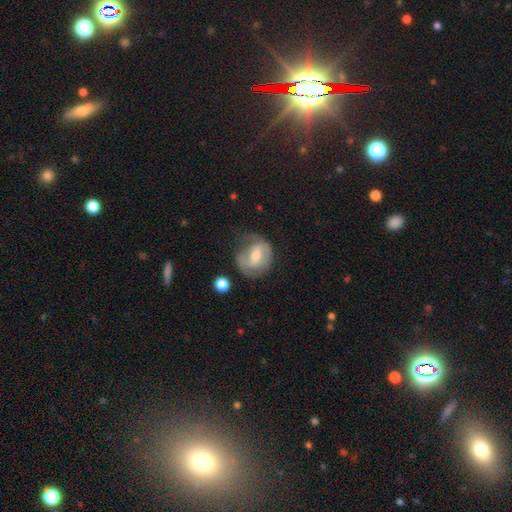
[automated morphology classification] Smooth or featured? Predicted: featured or disk (p=0.55). Edge-on disk? Predicted: no (p=0.96). Bar? Predicted: weak (p=0.45). Spiral arms? Predicted: yes (p=0.65). Bulge size? Predicted: moderate (p=0.53). Merging? Predicted: none (p=0.48).